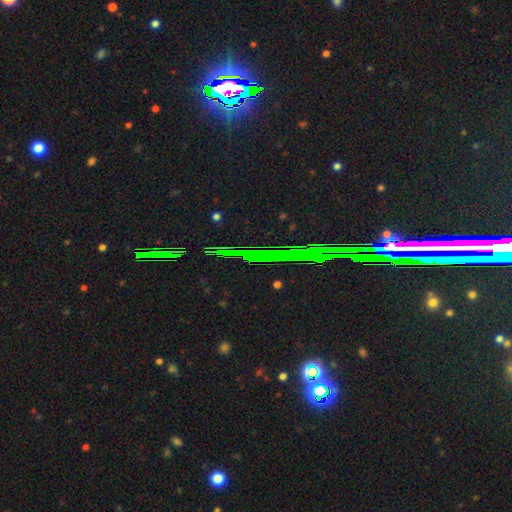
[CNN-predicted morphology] Overall: star or artifact (75%).